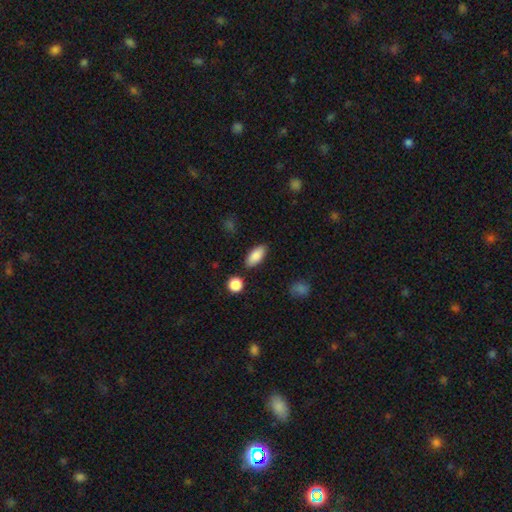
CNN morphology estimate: Smooth or featured: smooth — 87% (star or artifact — 7%)
How rounded: in between — 87% (cigar-shaped — 10%)
Merging: none — 85% (minor disturbance — 9%)